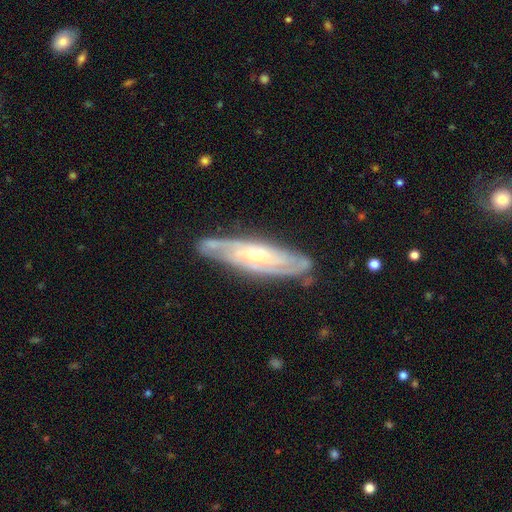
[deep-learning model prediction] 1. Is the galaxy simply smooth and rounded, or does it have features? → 84% featured or disk, 11% smooth, 5% star or artifact.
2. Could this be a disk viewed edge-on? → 75% no, 25% yes.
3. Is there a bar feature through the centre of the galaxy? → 60% no, 30% weak, 10% strong.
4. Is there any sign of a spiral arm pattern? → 94% yes, 6% no.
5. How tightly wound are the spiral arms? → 63% tight, 30% medium, 7% loose.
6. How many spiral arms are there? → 36% can't tell, 32% 2, 17% 3, 8% 4, 4% more than 4, 4% 1.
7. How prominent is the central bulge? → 49% small, 48% moderate, 2% large, 1% none, 1% dominant.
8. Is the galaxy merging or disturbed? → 79% none, 16% minor disturbance, 4% major disturbance, 2% merger.